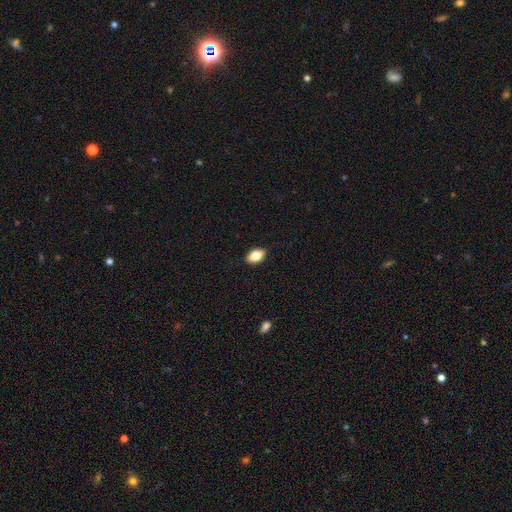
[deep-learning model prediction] A smooth galaxy with no disk features (78%) that is in between round and cigar-shaped (89%). Merging: none (88%).